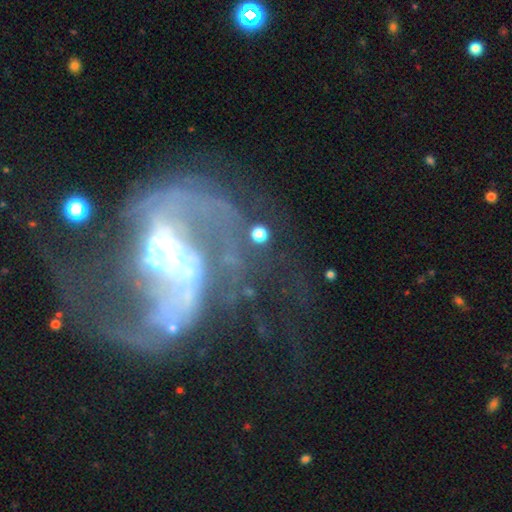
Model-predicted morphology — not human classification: featured or disk 84%, star or artifact 9%, smooth 7%. Down the decision tree: edge-on disk — no (97%); bar — weak (35%); spiral arms — yes (85%); spiral arm count — 2 (72%); spiral winding — loose (54%); bulge size — moderate (57%); merging — major disturbance (36%).